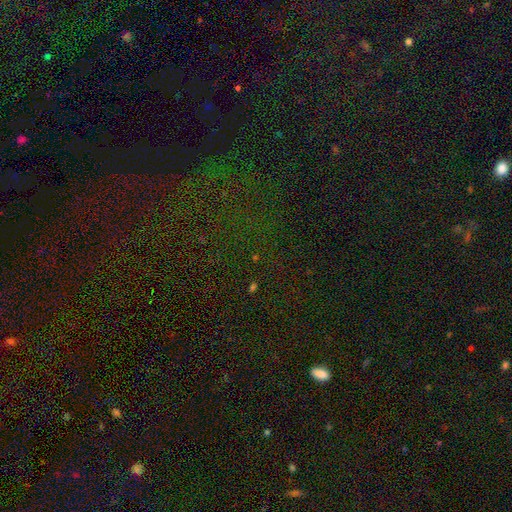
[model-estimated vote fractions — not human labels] Smooth or featured?
  - star or artifact: 75% *
  - smooth: 15%
  - featured or disk: 9%